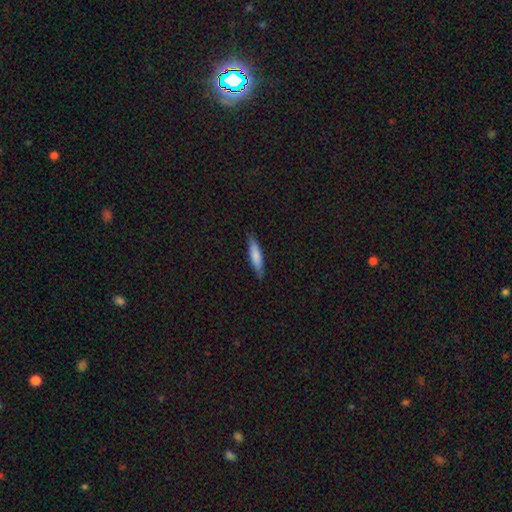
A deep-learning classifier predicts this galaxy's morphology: Q: Smooth or featured?
A: smooth (74%); runner-up: featured or disk (20%)
Q: How rounded?
A: cigar-shaped (81%); runner-up: in between (18%)
Q: Merging?
A: none (86%); runner-up: minor disturbance (11%)